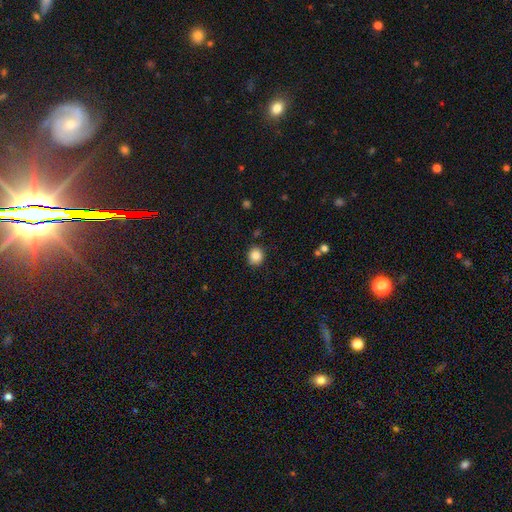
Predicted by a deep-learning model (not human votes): smooth 85%, star or artifact 10%, featured or disk 5%. Down the decision tree: how rounded — round (84%); merging — none (88%).